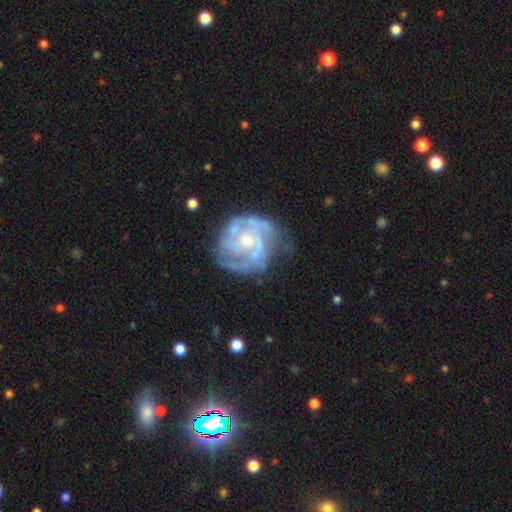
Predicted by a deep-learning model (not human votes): Q: Smooth or featured?
A: featured or disk (83%); runner-up: smooth (12%)
Q: Edge-on disk?
A: no (98%); runner-up: yes (2%)
Q: Bar?
A: no (68%); runner-up: weak (27%)
Q: Spiral arms?
A: yes (85%); runner-up: no (15%)
Q: Spiral winding?
A: tight (51%); runner-up: medium (37%)
Q: Spiral arm count?
A: 2 (32%); tied with: can't tell (32%)
Q: Bulge size?
A: moderate (53%); runner-up: small (38%)
Q: Merging?
A: none (58%); runner-up: minor disturbance (24%)